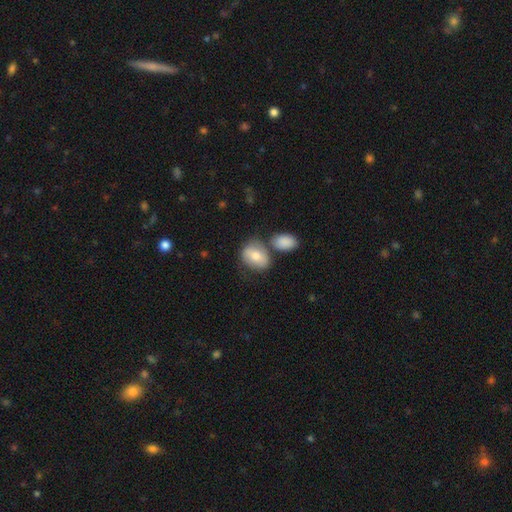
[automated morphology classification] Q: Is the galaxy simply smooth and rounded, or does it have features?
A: smooth — 72%.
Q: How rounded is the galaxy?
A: in between — 68%.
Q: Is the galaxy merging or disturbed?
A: none — 55%.